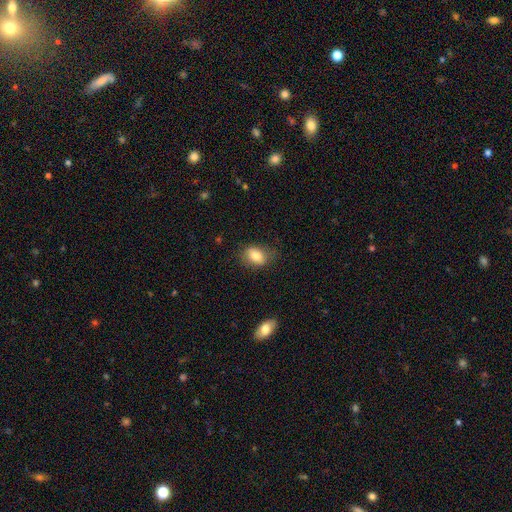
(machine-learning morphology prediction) smooth-or-featured: smooth: 80% | featured or disk: 12% | star or artifact: 8%
  how-rounded: in between: 78% | round: 20% | cigar-shaped: 2%
  merging: none: 73% | minor disturbance: 20% | major disturbance: 6% | merger: 1%